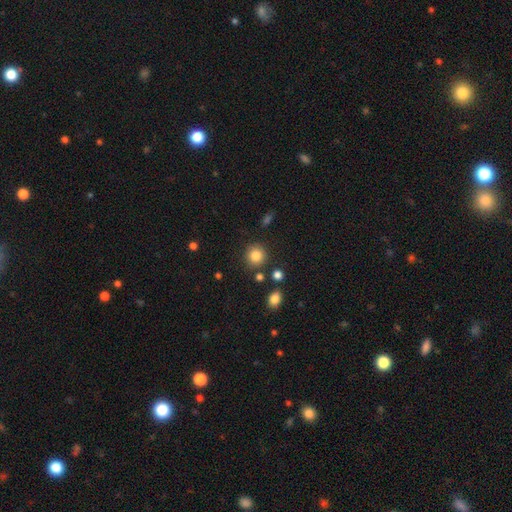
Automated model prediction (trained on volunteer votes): The model was most divided on "smooth or featured": smooth: 84%, star or artifact: 10%, featured or disk: 6%. More confident: how rounded — round (91%); merging — none (85%).